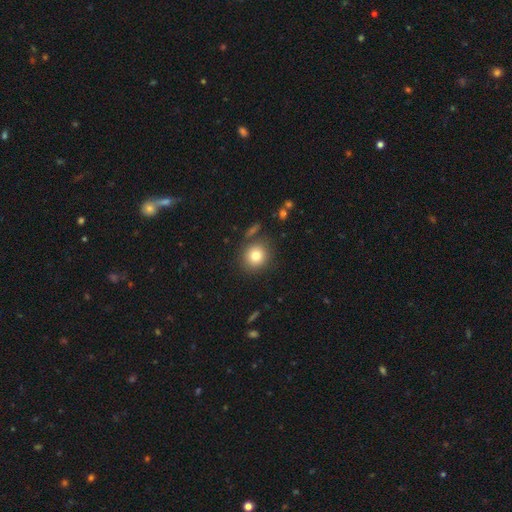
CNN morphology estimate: type=smooth (80%); roundness=round (87%); merging=none (81%).